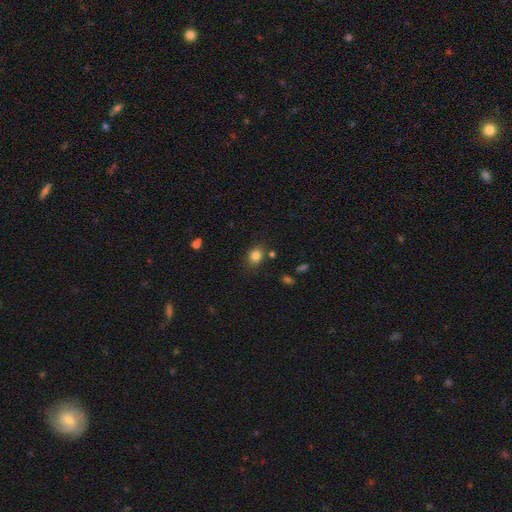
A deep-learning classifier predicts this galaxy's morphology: smooth_or_featured: smooth (p=0.83) [alt: star or artifact p=0.11]
how_rounded: round (p=0.52) [alt: in between p=0.47]
merging: none (p=0.80) [alt: minor disturbance p=0.12]